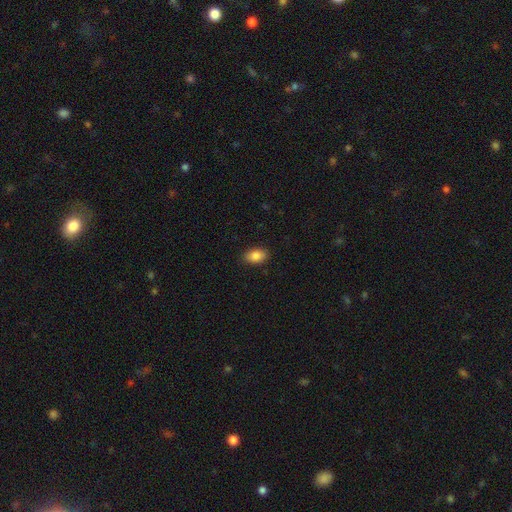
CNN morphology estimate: The model was most divided on "how rounded": in between: 88%, round: 10%, cigar-shaped: 2%. More confident: merging — none (88%); smooth or featured — smooth (87%).